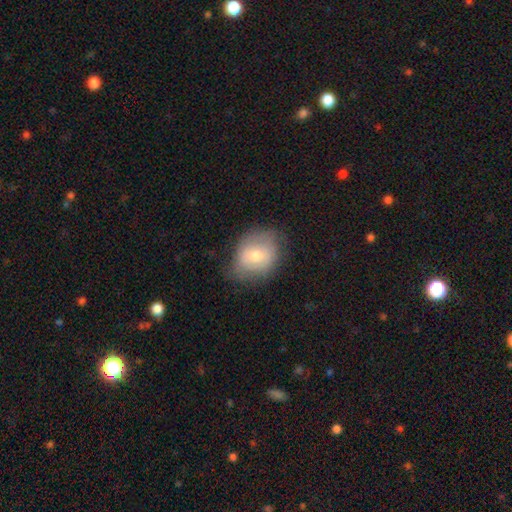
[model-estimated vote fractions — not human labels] Morphology: type=smooth (62%); roundness=in between (50%); merging=none (66%).